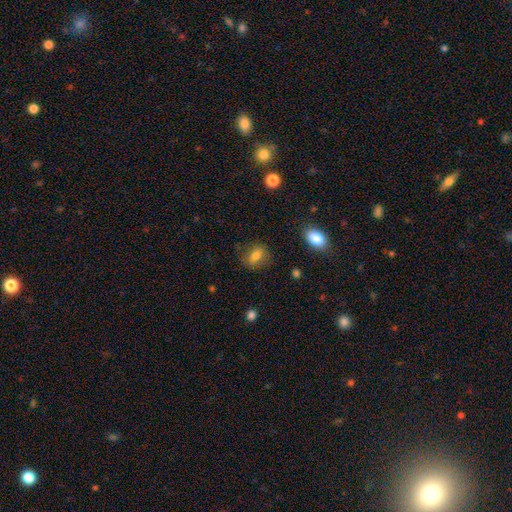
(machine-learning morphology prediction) This is likely a smooth galaxy (79%). How rounded: likely in between (64%). Merging: likely none (78%).